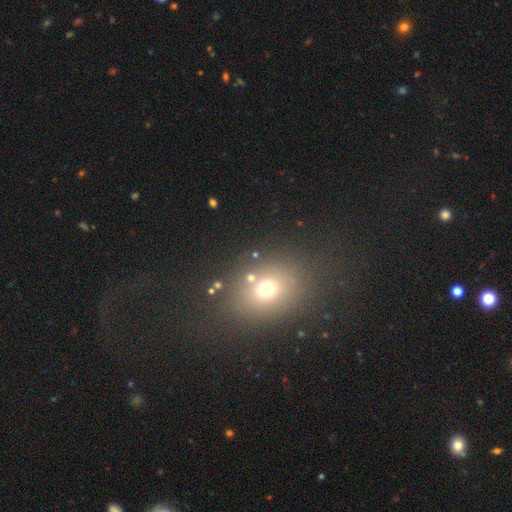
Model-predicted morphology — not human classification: A smooth galaxy with no disk features (64%) that is in between round and cigar-shaped (50%).

Vote fractions:
- Smooth or featured? smooth: 64% / star or artifact: 23% / featured or disk: 13%
- How rounded? in between: 50% / round: 49% / cigar-shaped: 1%
- Merging? none: 75% / minor disturbance: 11% / merger: 8% / major disturbance: 7%